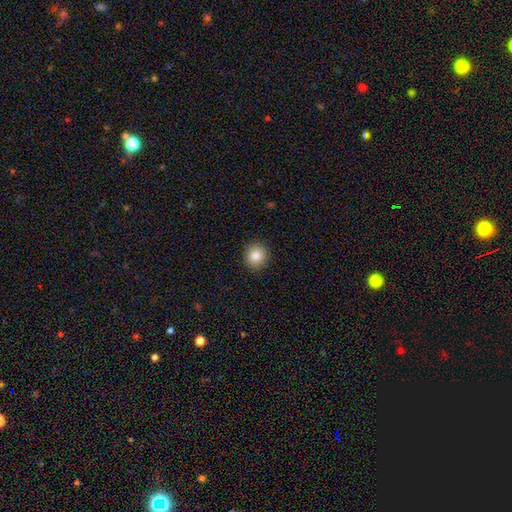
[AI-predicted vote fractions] Morphology: type=smooth (83%); roundness=round (93%); merging=none (92%).